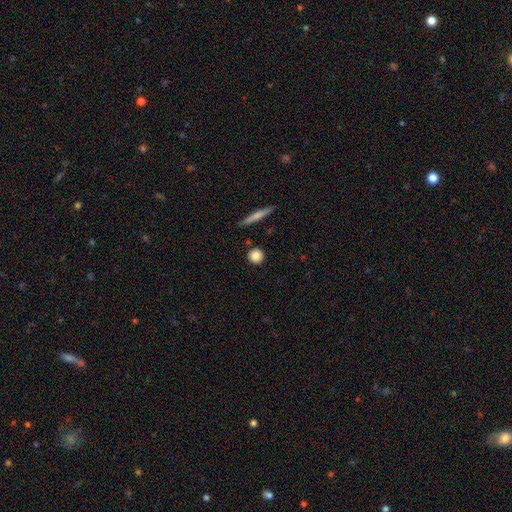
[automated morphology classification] Smooth or featured: smooth — 84% (star or artifact — 8%)
How rounded: round — 90% (in between — 7%)
Merging: none — 87% (minor disturbance — 7%)